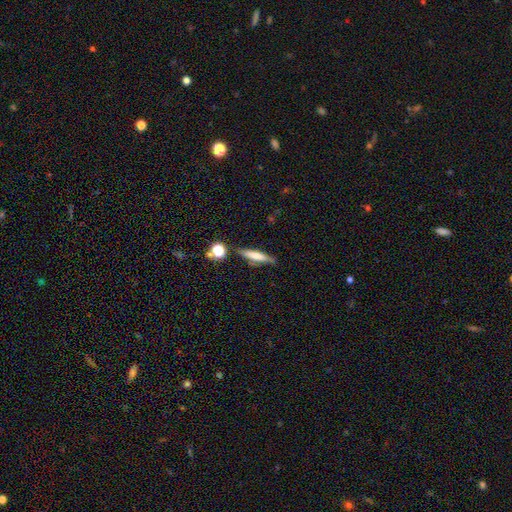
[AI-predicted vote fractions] smooth-or-featured: smooth: 59% | featured or disk: 32% | star or artifact: 9%
  how-rounded: cigar-shaped: 81% | in between: 16% | round: 3%
  merging: none: 77% | minor disturbance: 14% | merger: 6% | major disturbance: 4%